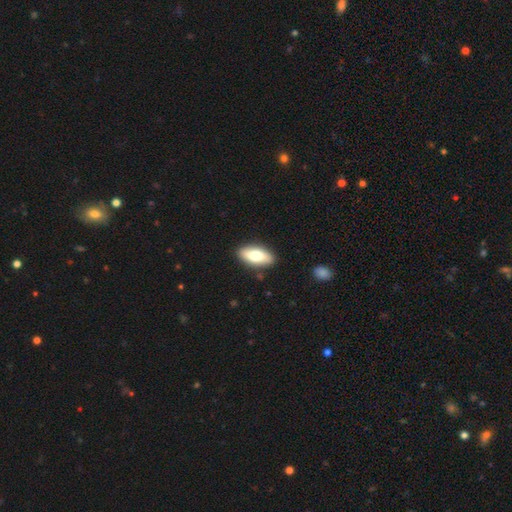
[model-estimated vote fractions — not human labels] Morphology: type=smooth (72%); roundness=in between (85%); merging=none (88%).